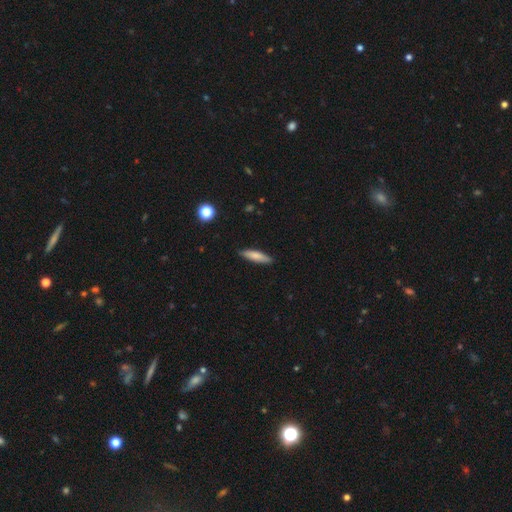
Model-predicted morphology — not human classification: Smooth or featured? Predicted: smooth (p=0.75). How rounded? Predicted: cigar-shaped (p=0.75). Merging? Predicted: none (p=0.87).